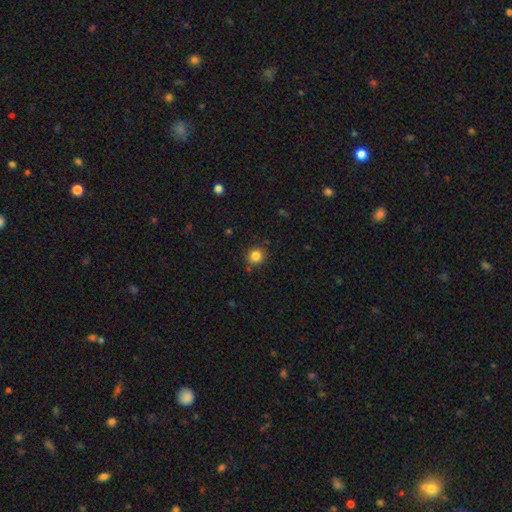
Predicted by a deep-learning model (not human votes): A smooth galaxy with no disk features (84%) that is round (87%). Merging: none (86%).